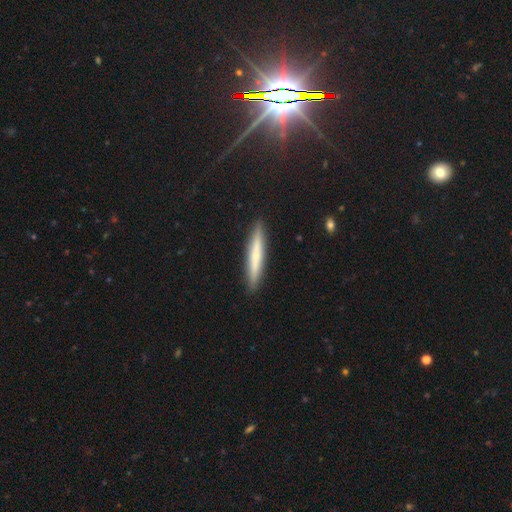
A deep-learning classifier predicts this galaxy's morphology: A smooth galaxy with no disk features (60%) that is cigar-shaped (94%).

Vote fractions:
- Smooth or featured? smooth: 60% / featured or disk: 33% / star or artifact: 6%
- How rounded? cigar-shaped: 94% / in between: 4% / round: 1%
- Merging? none: 91% / minor disturbance: 6% / major disturbance: 1% / merger: 1%